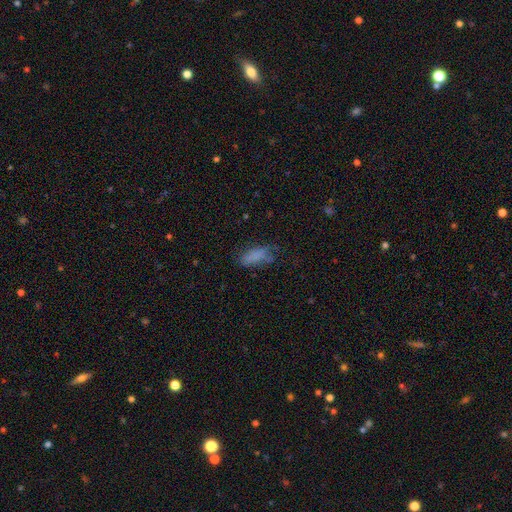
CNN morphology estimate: Smooth or featured? Predicted: smooth (p=0.76). How rounded? Predicted: in between (p=0.75). Merging? Predicted: none (p=0.53).